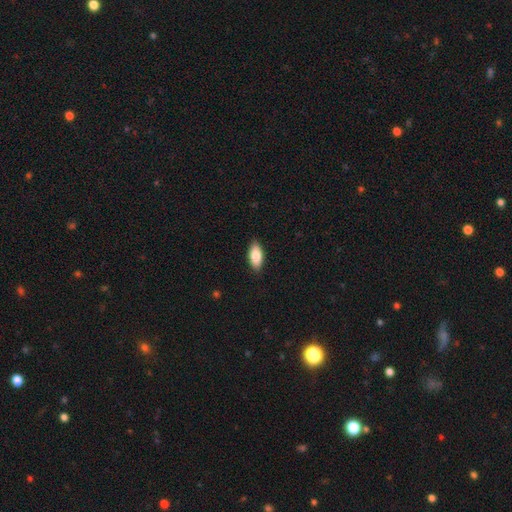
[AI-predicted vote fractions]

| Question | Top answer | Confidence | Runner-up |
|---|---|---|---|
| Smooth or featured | smooth | 84% | featured or disk (10%) |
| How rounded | in between | 90% | cigar-shaped (8%) |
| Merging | none | 88% | minor disturbance (9%) |